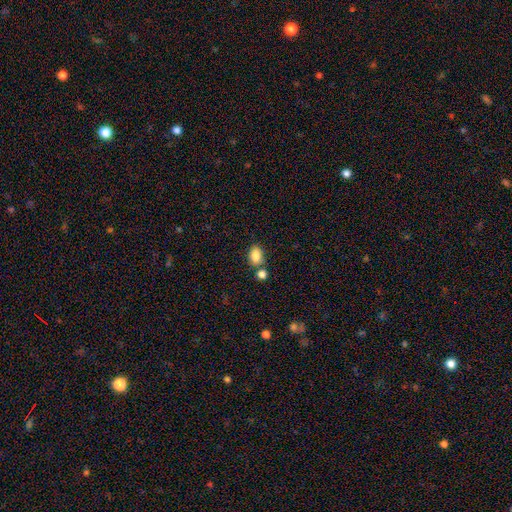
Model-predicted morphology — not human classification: A smooth galaxy with no disk features (85%) that is in between round and cigar-shaped (80%). Merging: none (65%).